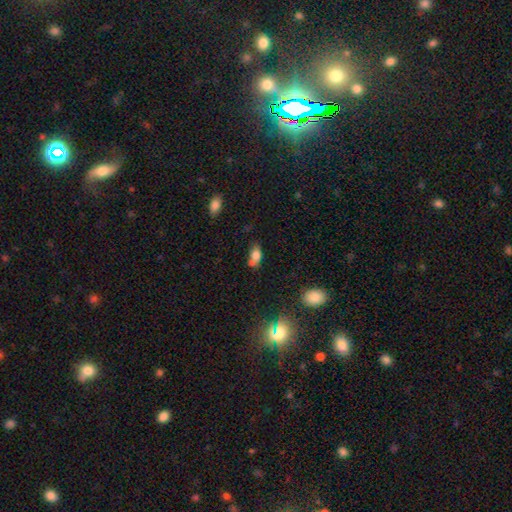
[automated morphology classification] The model was most divided on "merging": none: 40%, merger: 38%, minor disturbance: 16%, major disturbance: 6%. More confident: how rounded — in between (82%); smooth or featured — smooth (74%).